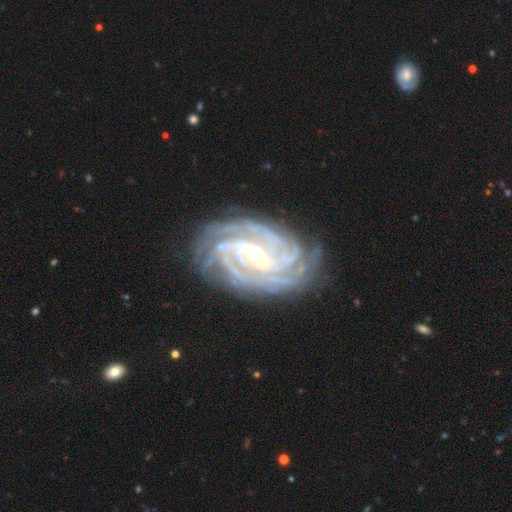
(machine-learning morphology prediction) featured or disk 93%, star or artifact 4%, smooth 3%. Down the decision tree: edge-on disk — no (97%); bar — weak (40%); spiral arms — yes (99%); spiral arm count — 4 (37%); spiral winding — tight (76%); bulge size — small (63%); merging — none (82%).